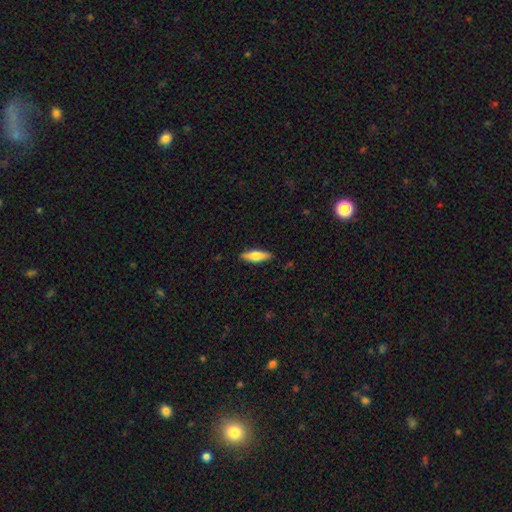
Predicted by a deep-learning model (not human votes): smooth_or_featured: smooth (p=0.62) [alt: featured or disk p=0.32]
how_rounded: cigar-shaped (p=0.49) [tied with: in between p=0.49]
merging: none (p=0.89) [alt: minor disturbance p=0.09]